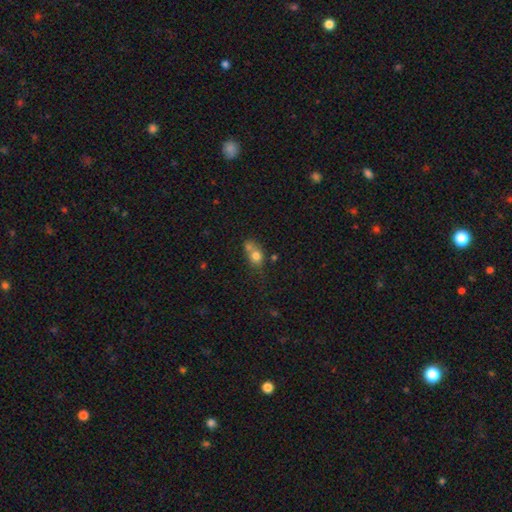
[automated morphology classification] type=smooth (74%); roundness=round (60%); merging=merger (51%).